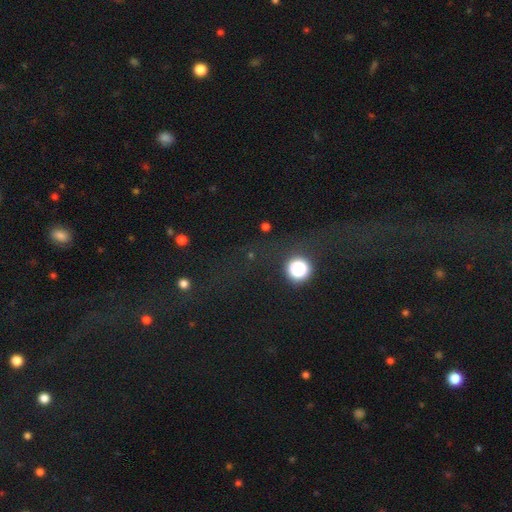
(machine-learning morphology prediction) The model was most divided on "smooth or featured": star or artifact: 66%, smooth: 18%, featured or disk: 16%.